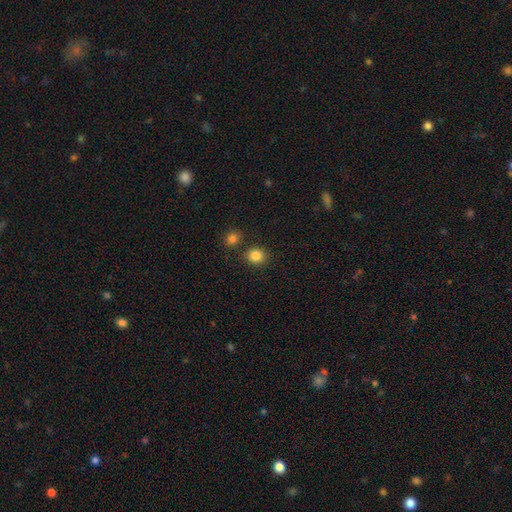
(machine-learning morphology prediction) smooth_or_featured: smooth (p=0.85) [alt: star or artifact p=0.11]
how_rounded: round (p=0.80) [alt: in between p=0.19]
merging: none (p=0.84) [alt: minor disturbance p=0.07]